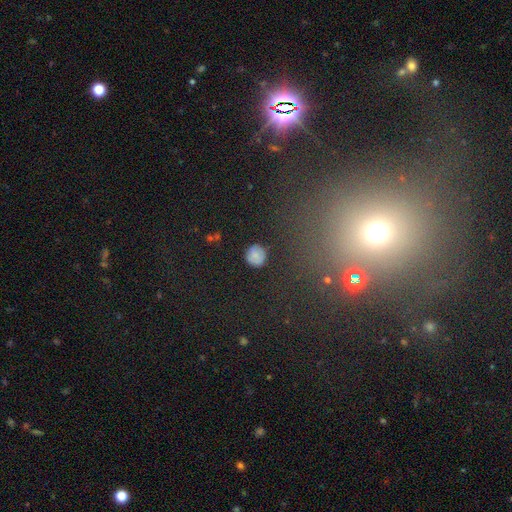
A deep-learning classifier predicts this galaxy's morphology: Q: Smooth or featured?
A: smooth (73%); runner-up: star or artifact (15%)
Q: How rounded?
A: round (90%); runner-up: in between (9%)
Q: Merging?
A: none (83%); runner-up: minor disturbance (12%)